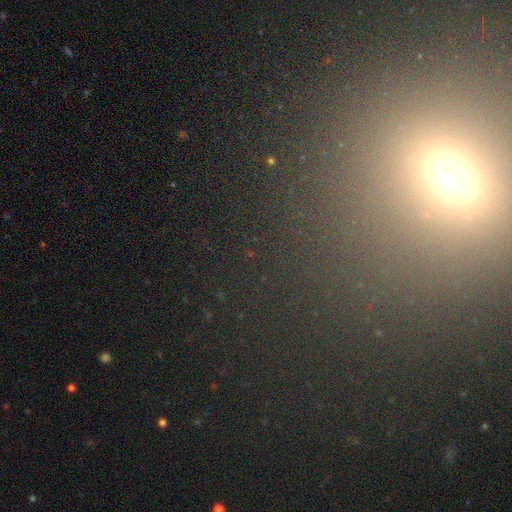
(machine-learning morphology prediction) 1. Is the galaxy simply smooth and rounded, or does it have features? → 51% star or artifact, 36% smooth, 12% featured or disk.